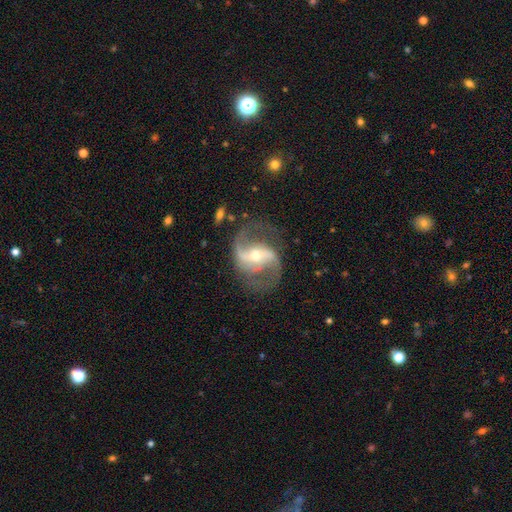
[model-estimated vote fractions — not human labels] A featured or disk galaxy (90%) with a strong bar (41%), 2 (93%) loose (49%) spiral arms (97%) and a small central bulge (52%).

Vote fractions:
- Smooth or featured? featured or disk: 90% / star or artifact: 5% / smooth: 4%
- Edge-on disk? no: 97% / yes: 3%
- Bar? strong: 41% / weak: 35% / no: 25%
- Spiral arms? yes: 97% / no: 3%
- Spiral winding? loose: 49% / medium: 42% / tight: 8%
- Spiral arm count? 2: 93% / can't tell: 2% / 1: 2% / 3: 1% / 4: 1% / more than 4: 1%
- Bulge size? small: 52% / moderate: 44% / large: 2% / none: 1% / dominant: 1%
- Merging? none: 75% / minor disturbance: 14% / major disturbance: 9% / merger: 2%